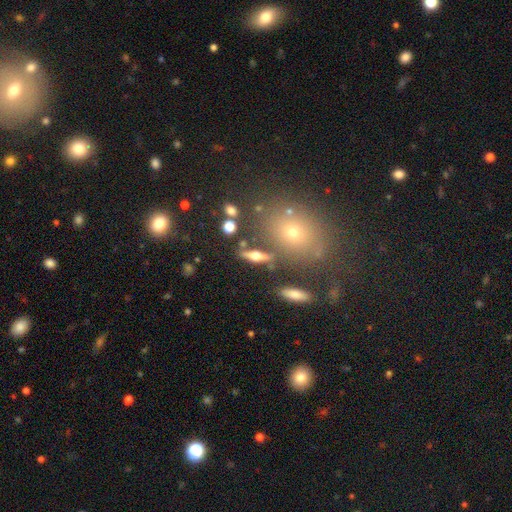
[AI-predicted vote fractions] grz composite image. It shows a featured or disk galaxy (50%). Merging: none (74%).